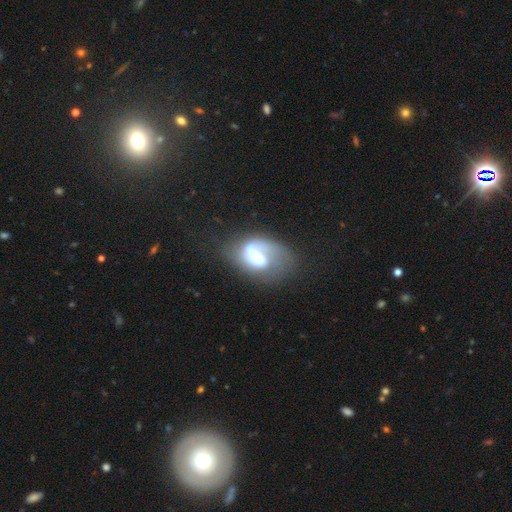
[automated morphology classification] Smooth or featured: featured or disk — 71% (smooth — 21%)
Edge-on disk: no — 95% (yes — 5%)
Bar: strong — 56% (weak — 34%)
Spiral arms: yes — 79% (no — 21%)
Spiral winding: loose — 48% (medium — 36%)
Spiral arm count: 2 — 57% (1 — 31%)
Bulge size: moderate — 45% (large — 23%)
Merging: none — 47% (major disturbance — 26%)